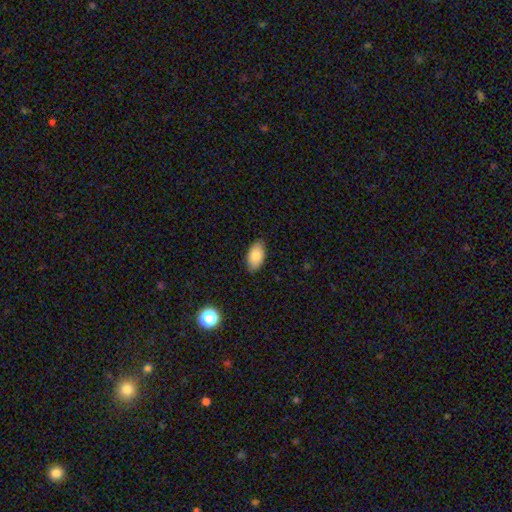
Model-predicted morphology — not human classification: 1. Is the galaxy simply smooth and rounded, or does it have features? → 85% smooth, 8% featured or disk, 7% star or artifact.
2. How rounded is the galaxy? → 94% in between, 4% round, 2% cigar-shaped.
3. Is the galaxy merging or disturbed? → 83% none, 13% minor disturbance, 2% major disturbance, 1% merger.